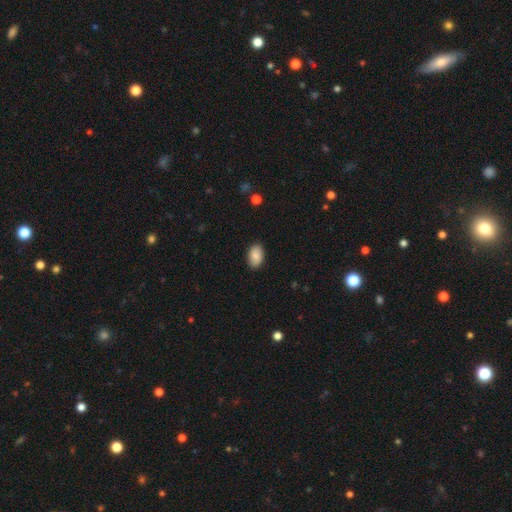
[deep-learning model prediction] Morphology: type=smooth (88%); roundness=in between (92%); merging=none (87%).